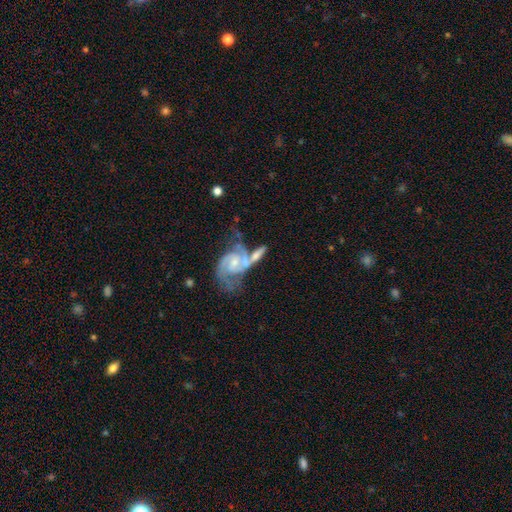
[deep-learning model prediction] This is likely a featured or disk galaxy (74%). It is clearly not viewed edge-on (88%). Bar: possibly no (46%). Spiral arm pattern: clearly yes (90%). Spiral arm count: clearly 2 (81%). Spiral winding: possibly medium (47%). Central bulge: possibly small (57%). Merging: possibly merger (51%).